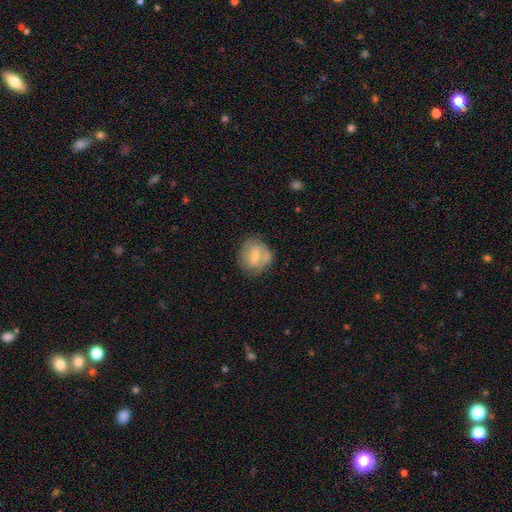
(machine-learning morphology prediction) Smooth or featured? smooth (53%)
How rounded? round (65%)
Merging? none (62%)